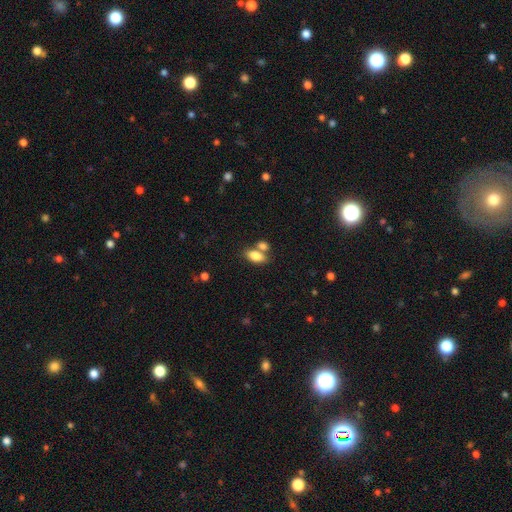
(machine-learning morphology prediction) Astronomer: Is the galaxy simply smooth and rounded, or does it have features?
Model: smooth — 83%.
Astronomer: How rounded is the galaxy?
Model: in between — 89%.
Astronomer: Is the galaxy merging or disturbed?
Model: none — 49% (runner-up: merger, 37%).